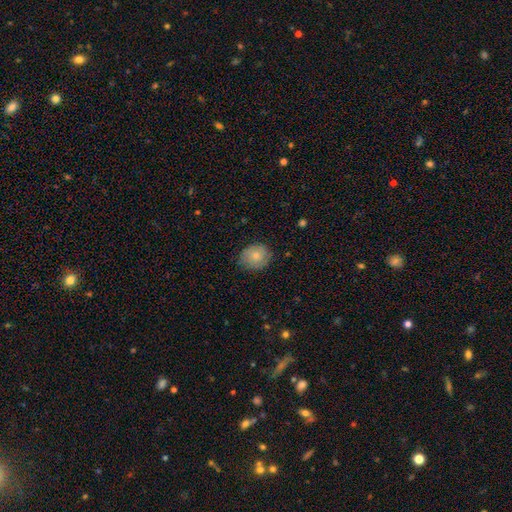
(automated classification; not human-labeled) A smooth galaxy with no disk features (74%) that is round (70%). Merging: none (76%).